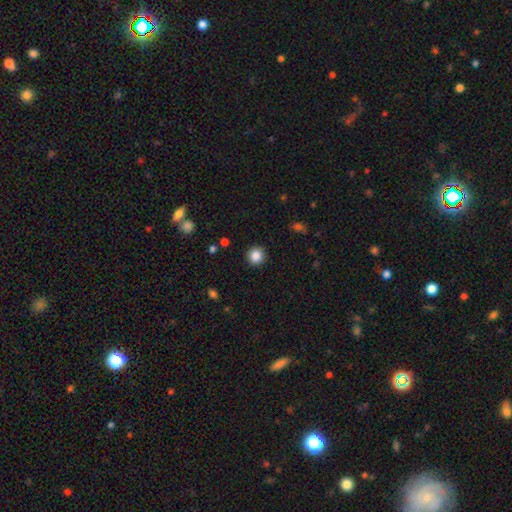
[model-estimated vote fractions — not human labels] A smooth galaxy with no disk features (85%) that is round (93%).

Vote fractions:
- Smooth or featured? smooth: 85% / star or artifact: 10% / featured or disk: 5%
- How rounded? round: 93% / in between: 6% / cigar-shaped: 1%
- Merging? none: 92% / minor disturbance: 5% / major disturbance: 2% / merger: 1%